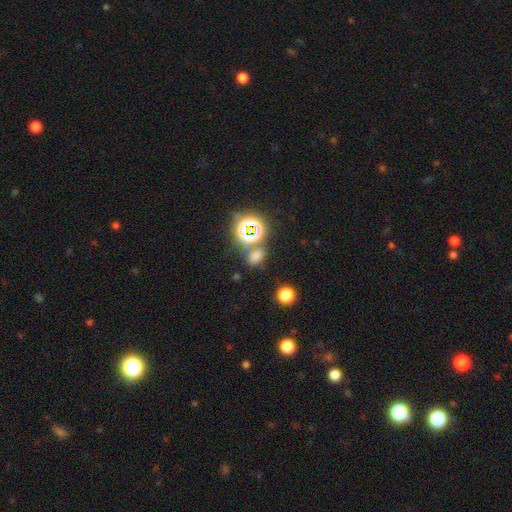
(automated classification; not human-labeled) smooth_or_featured: smooth (p=0.56) [alt: star or artifact p=0.37]
how_rounded: in between (p=0.62) [alt: round p=0.36]
merging: none (p=0.67) [alt: merger p=0.16]